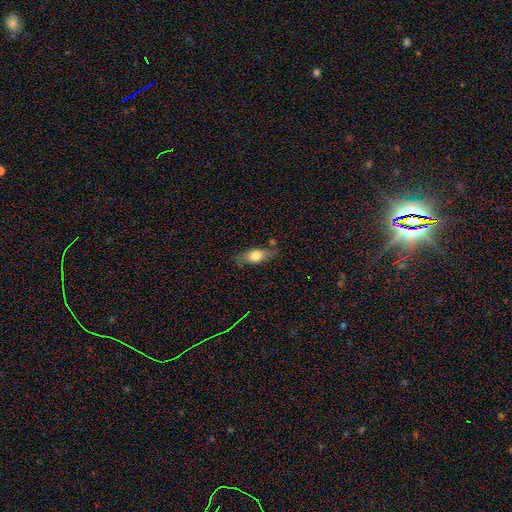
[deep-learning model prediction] smooth_or_featured: smooth (p=0.65) [alt: featured or disk p=0.28]
how_rounded: in between (p=0.76) [alt: cigar-shaped p=0.18]
merging: none (p=0.67) [alt: minor disturbance p=0.22]